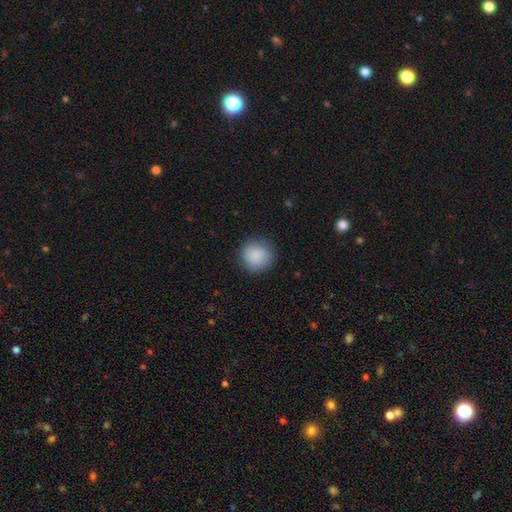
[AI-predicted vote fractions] Morphology: type=smooth (88%); roundness=round (92%); merging=none (87%).